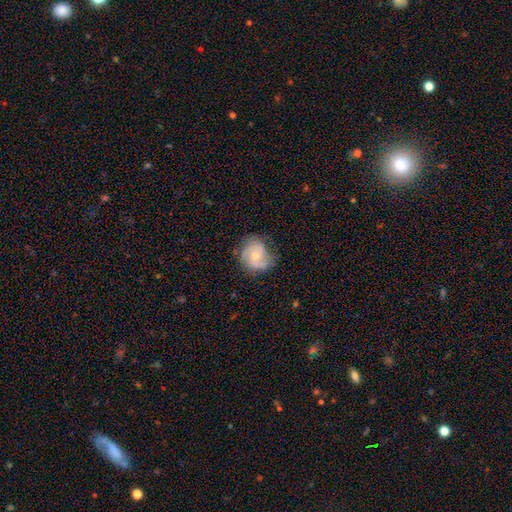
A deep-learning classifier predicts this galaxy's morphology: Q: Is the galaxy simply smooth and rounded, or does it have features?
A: featured or disk — 59%.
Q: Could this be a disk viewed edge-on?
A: no — 98%.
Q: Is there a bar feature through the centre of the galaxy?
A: no — 63%.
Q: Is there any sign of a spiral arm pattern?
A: yes — 88%.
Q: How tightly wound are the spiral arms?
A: medium — 46%.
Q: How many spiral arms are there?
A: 2 — 68%.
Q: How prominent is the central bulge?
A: small — 46%, tied with moderate.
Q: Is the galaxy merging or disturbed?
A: none — 64%.